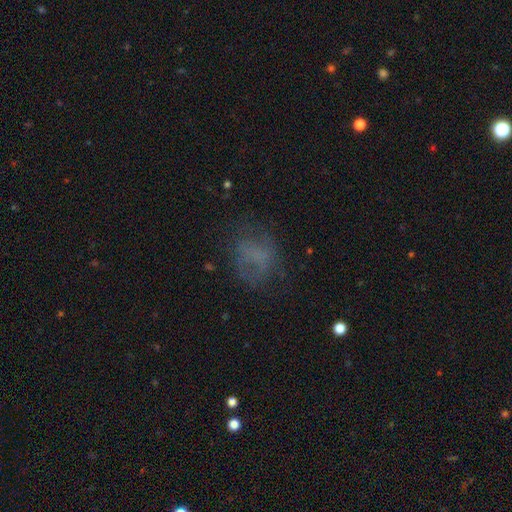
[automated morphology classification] This is possibly a smooth galaxy (51%). How rounded: possibly in between (50%). Merging: possibly none (58%).